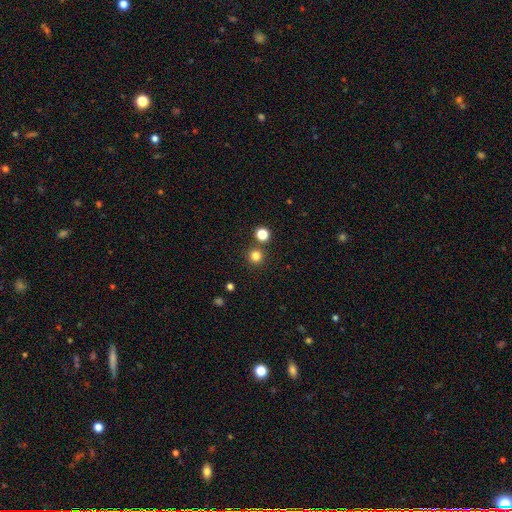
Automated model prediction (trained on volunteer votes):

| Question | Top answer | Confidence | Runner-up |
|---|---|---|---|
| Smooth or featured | smooth | 81% | star or artifact (15%) |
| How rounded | round | 95% | in between (4%) |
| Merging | none | 84% | merger (8%) |